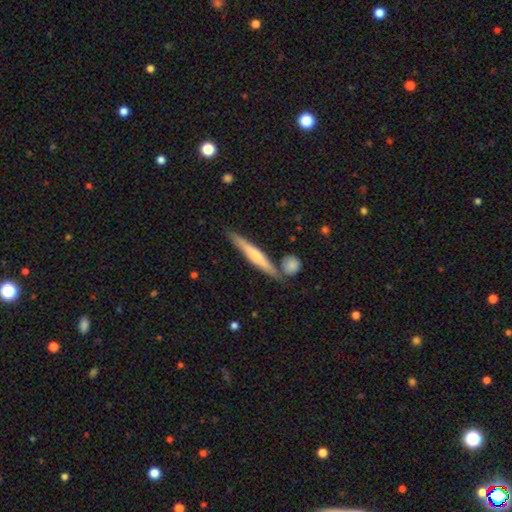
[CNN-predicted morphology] smooth_or_featured: featured or disk (p=0.50) [alt: smooth p=0.44]
disk_edge_on: yes (p=0.94) [alt: no p=0.06]
merging: none (p=0.76) [alt: minor disturbance p=0.11]